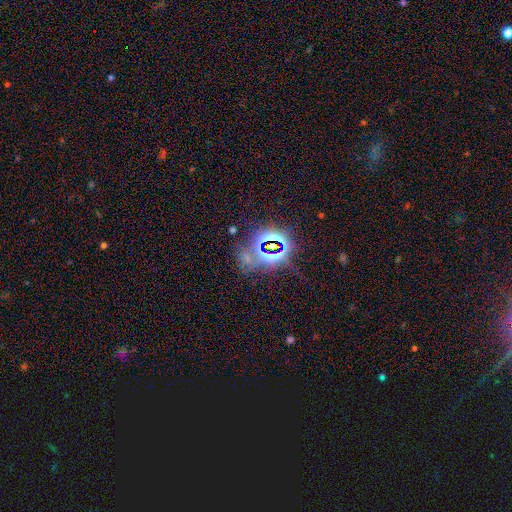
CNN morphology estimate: Smooth or featured: star or artifact — 76% (smooth — 13%)